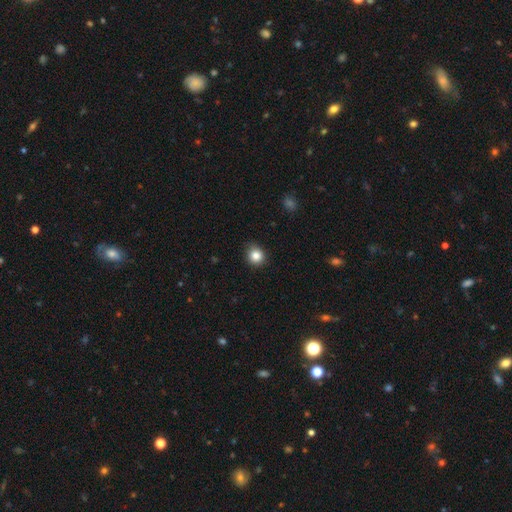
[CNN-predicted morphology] This appears to be a smooth galaxy with no disk features (85%) that is round (86%). Merging: none (86%).